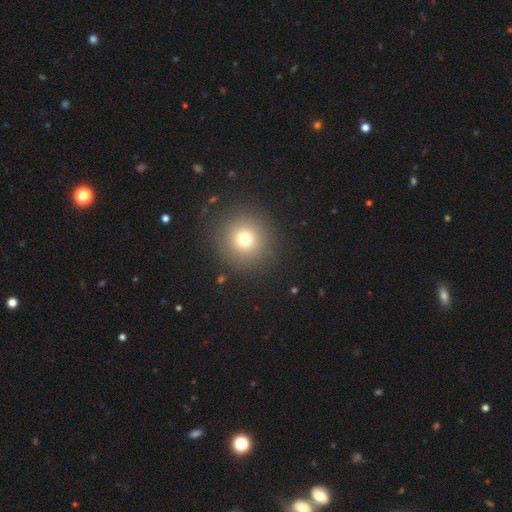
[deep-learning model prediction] Smooth or featured? Predicted: smooth (p=0.60). How rounded? Predicted: round (p=0.93). Merging? Predicted: none (p=0.91).